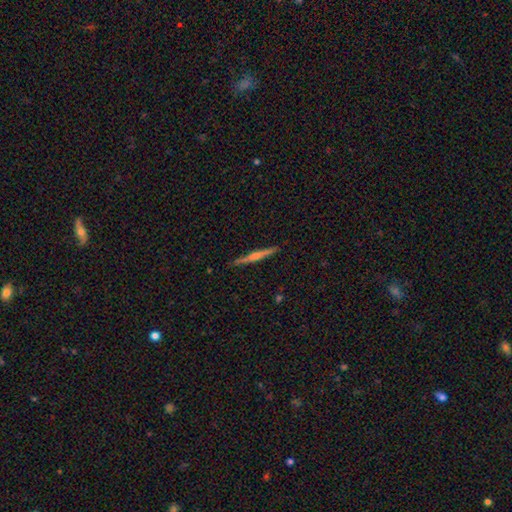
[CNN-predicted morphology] Q: Smooth or featured?
A: featured or disk (74%); runner-up: smooth (20%)
Q: Edge-on disk?
A: yes (98%); runner-up: no (2%)
Q: Edge-on bulge?
A: rounded (77%); runner-up: none (15%)
Q: Merging?
A: none (92%); runner-up: minor disturbance (6%)